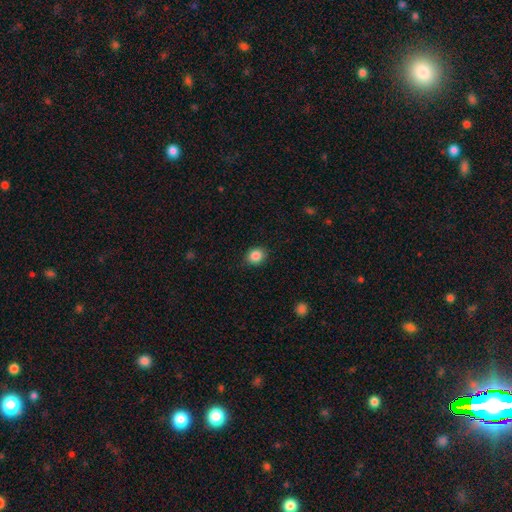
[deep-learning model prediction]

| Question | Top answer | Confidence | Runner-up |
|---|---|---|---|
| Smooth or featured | smooth | 86% | star or artifact (10%) |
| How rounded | round | 67% | in between (32%) |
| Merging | none | 89% | minor disturbance (8%) |